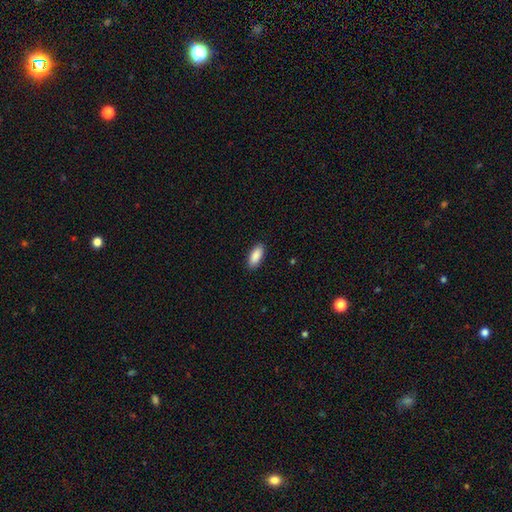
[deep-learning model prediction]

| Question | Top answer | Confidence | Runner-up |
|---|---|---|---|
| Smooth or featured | smooth | 90% | star or artifact (6%) |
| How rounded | in between | 84% | cigar-shaped (14%) |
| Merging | none | 89% | minor disturbance (8%) |